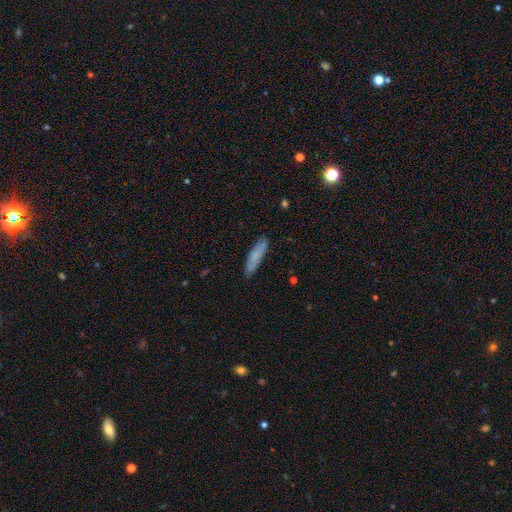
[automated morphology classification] The model was most divided on "smooth or featured": smooth: 77%, featured or disk: 17%, star or artifact: 7%. More confident: merging — none (84%); how rounded — cigar-shaped (81%).